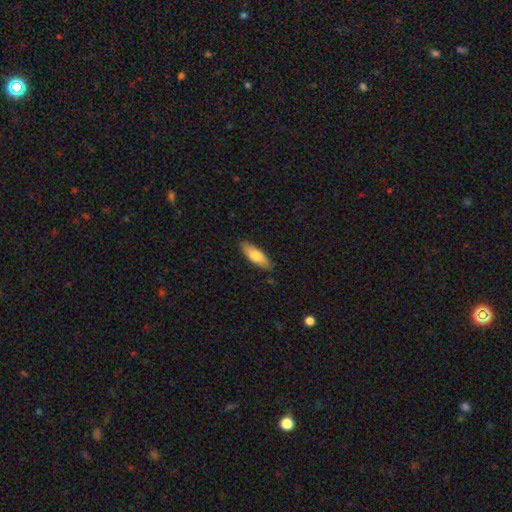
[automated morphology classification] The model was most divided on "how rounded": in between: 57%, cigar-shaped: 41%, round: 2%. More confident: merging — none (85%); smooth or featured — smooth (75%).